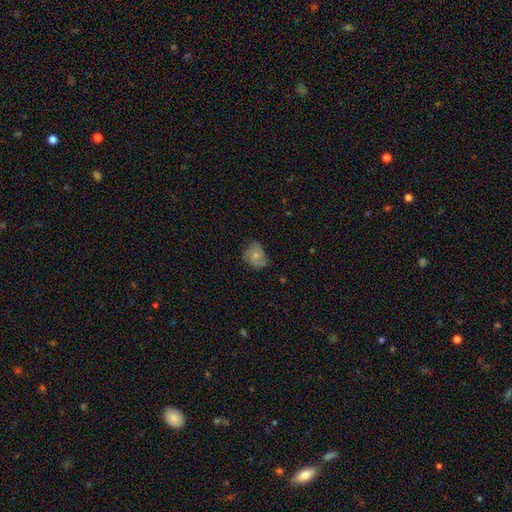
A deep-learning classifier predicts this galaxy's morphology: Smooth or featured? Predicted: smooth (p=0.67). How rounded? Predicted: round (p=0.54). Merging? Predicted: none (p=0.58).